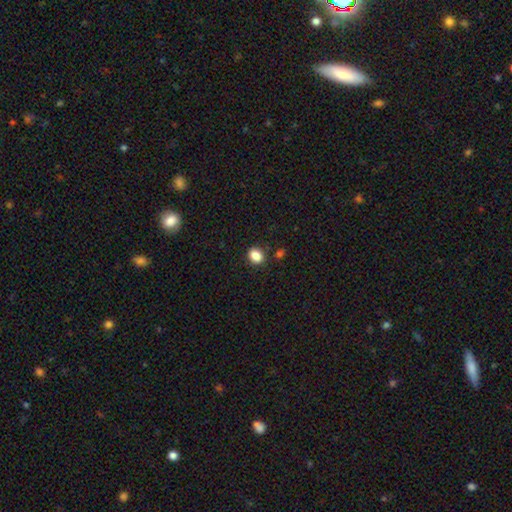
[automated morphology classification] smooth_or_featured: smooth (p=0.86) [alt: star or artifact p=0.10]
how_rounded: in between (p=0.53) [alt: round p=0.46]
merging: none (p=0.84) [alt: minor disturbance p=0.10]